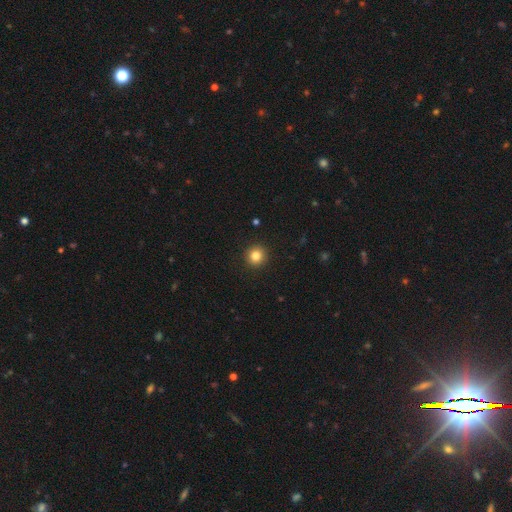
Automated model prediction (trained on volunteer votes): This appears to be a smooth galaxy with no disk features (83%) that is round (94%). Merging: none (93%).